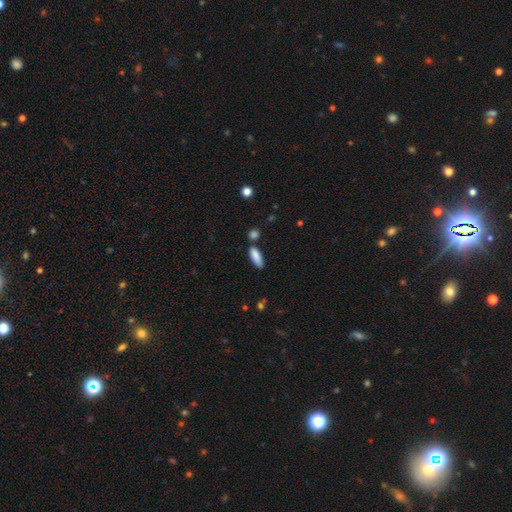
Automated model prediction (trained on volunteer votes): Morphology: type=smooth (86%); roundness=in between (62%); merging=none (71%).